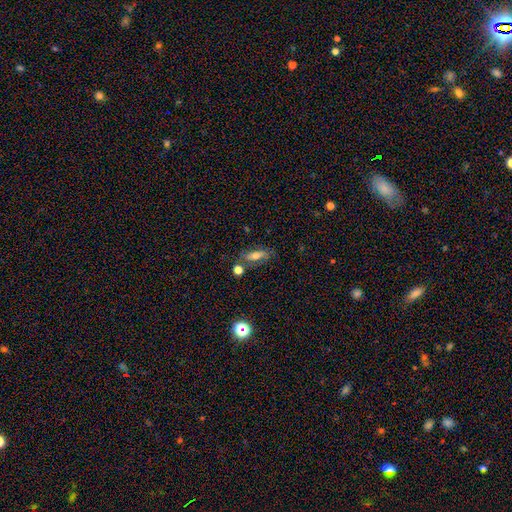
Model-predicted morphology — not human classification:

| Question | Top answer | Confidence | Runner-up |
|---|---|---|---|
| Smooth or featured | smooth | 49% | featured or disk (39%) |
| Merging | none | 66% | minor disturbance (19%) |